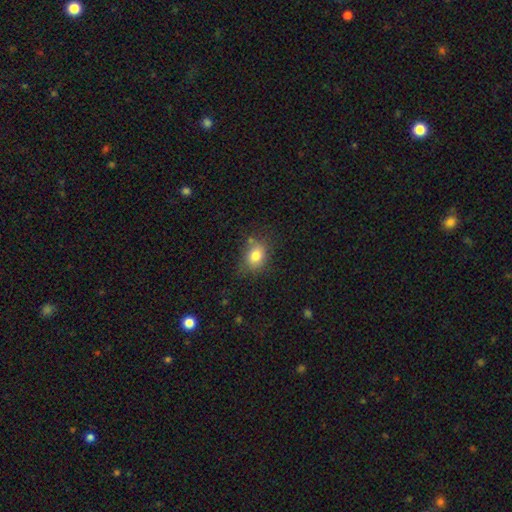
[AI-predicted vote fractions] smooth 79%, star or artifact 11%, featured or disk 10%. Down the decision tree: how rounded — in between (57%); merging — none (69%).